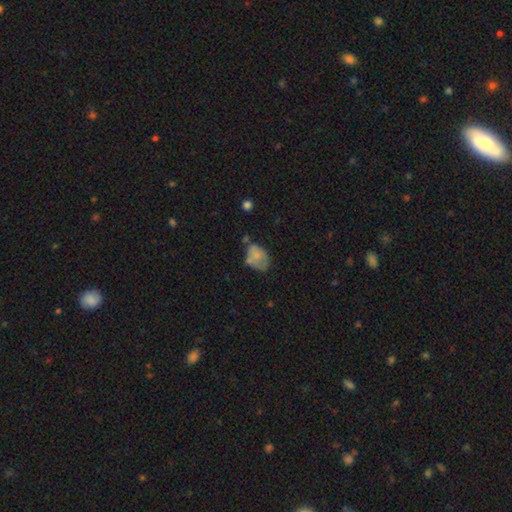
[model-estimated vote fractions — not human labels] smooth-or-featured: smooth: 69% | featured or disk: 22% | star or artifact: 9%
  how-rounded: in between: 80% | round: 19% | cigar-shaped: 1%
  merging: none: 35% | minor disturbance: 34% | major disturbance: 16% | merger: 14%